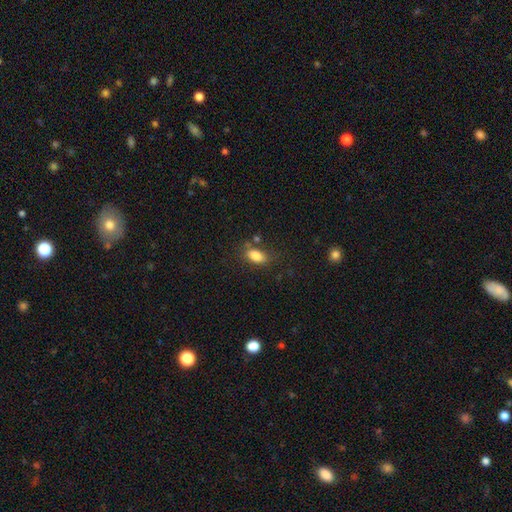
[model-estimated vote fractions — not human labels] Morphology: type=smooth (84%); roundness=in between (89%); merging=none (70%).